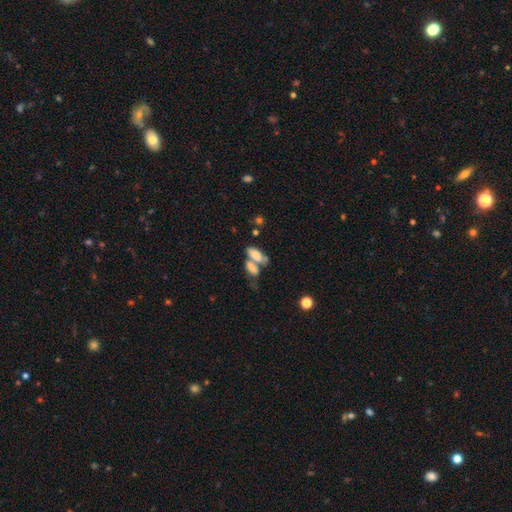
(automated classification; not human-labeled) smooth 74%, featured or disk 17%, star or artifact 9%. Down the decision tree: how rounded — in between (83%); merging — merger (60%).